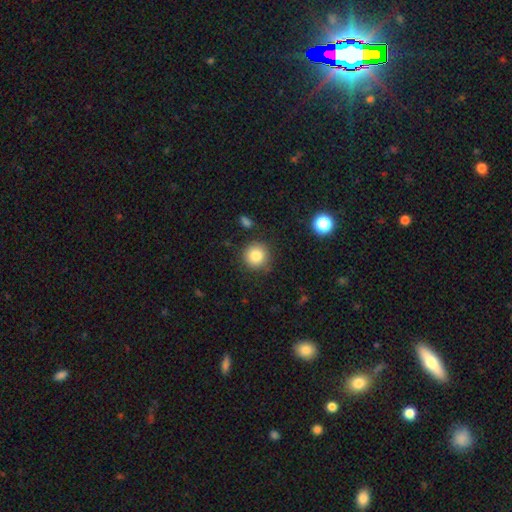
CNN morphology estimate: smooth-or-featured: smooth: 82% | star or artifact: 11% | featured or disk: 7%
  how-rounded: round: 94% | in between: 5% | cigar-shaped: 1%
  merging: none: 83% | minor disturbance: 11% | major disturbance: 3% | merger: 3%